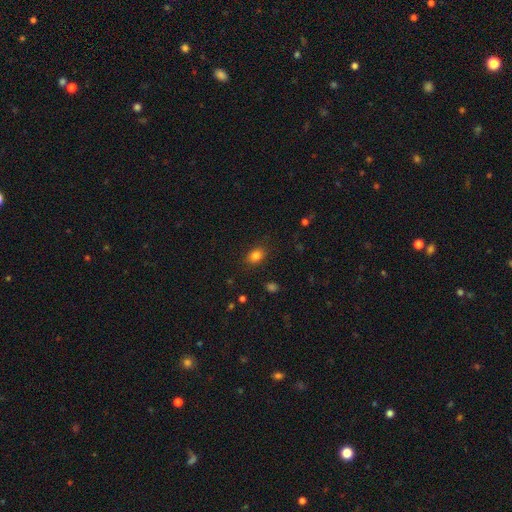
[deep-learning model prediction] smooth-or-featured: smooth: 82% | star or artifact: 12% | featured or disk: 6%
  how-rounded: in between: 69% | round: 30% | cigar-shaped: 1%
  merging: none: 84% | minor disturbance: 11% | major disturbance: 3% | merger: 1%